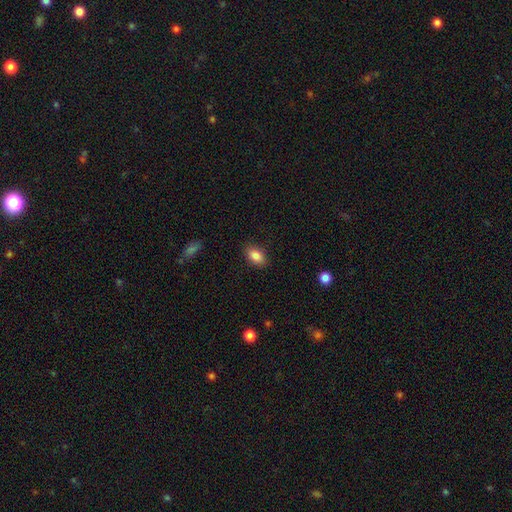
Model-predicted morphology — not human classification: A smooth galaxy with no disk features (86%) that is in between round and cigar-shaped (89%). Merging: none (87%).